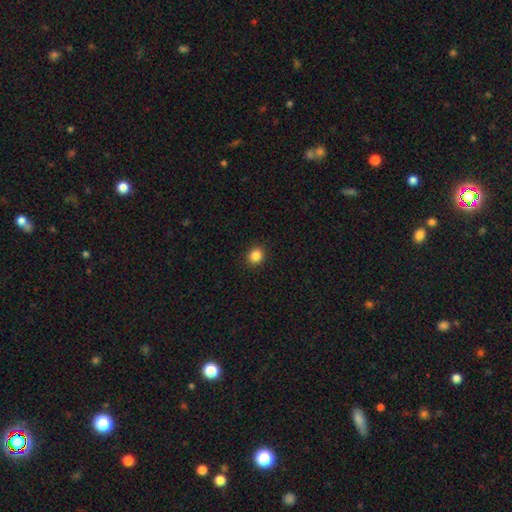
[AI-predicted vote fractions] Q: Smooth or featured?
A: smooth (85%); runner-up: star or artifact (11%)
Q: How rounded?
A: round (83%); runner-up: in between (17%)
Q: Merging?
A: none (92%); runner-up: minor disturbance (6%)